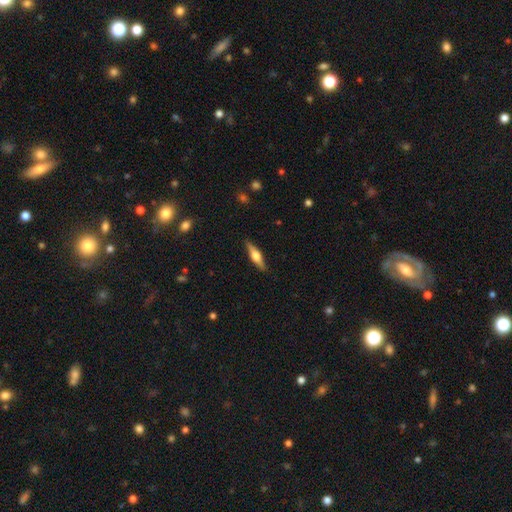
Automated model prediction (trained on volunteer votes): Smooth or featured: featured or disk — 62% (smooth — 33%)
Edge-on disk: yes — 96% (no — 4%)
Edge-on bulge: rounded — 91% (boxy — 7%)
Merging: none — 89% (minor disturbance — 9%)